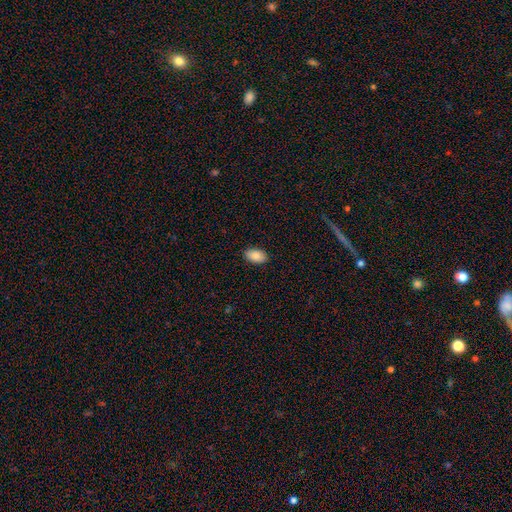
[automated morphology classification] This appears to be a smooth galaxy with no disk features (88%) that is in between round and cigar-shaped (93%). Merging: none (89%).